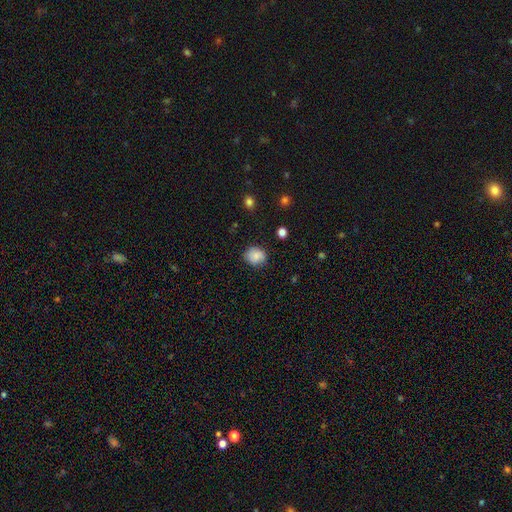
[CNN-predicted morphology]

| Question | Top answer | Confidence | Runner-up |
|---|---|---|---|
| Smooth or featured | smooth | 85% | star or artifact (9%) |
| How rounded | round | 66% | in between (33%) |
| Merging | none | 80% | minor disturbance (15%) |